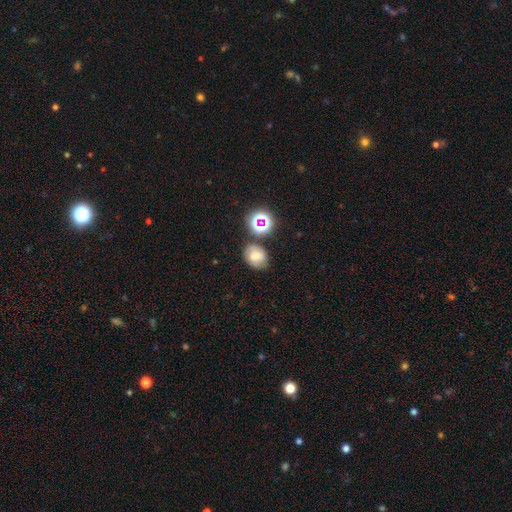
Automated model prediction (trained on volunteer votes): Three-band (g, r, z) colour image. It shows a smooth galaxy with no disk features (52%) that is in between round and cigar-shaped (56%). Merging: none (70%).